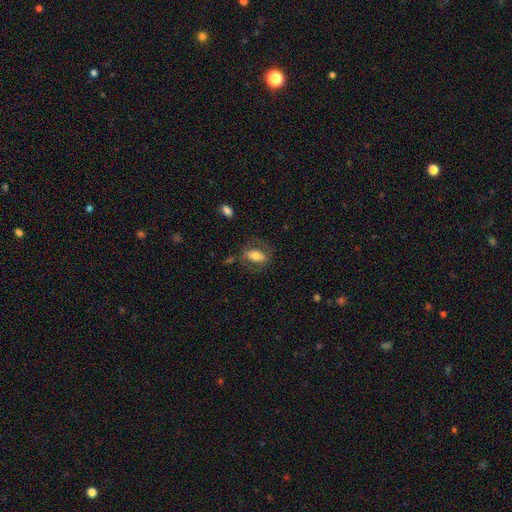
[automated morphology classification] A smooth galaxy with no disk features (61%) that is in between round and cigar-shaped (84%). Merging: none (62%).